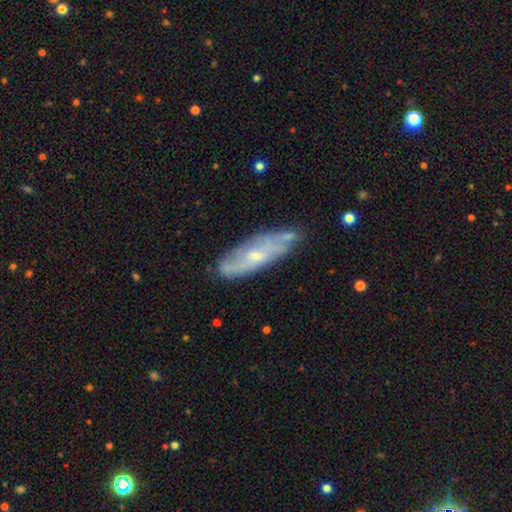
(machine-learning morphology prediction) Smooth or featured? featured or disk (63%)
Edge-on disk? no (74%)
Merging? none (68%)